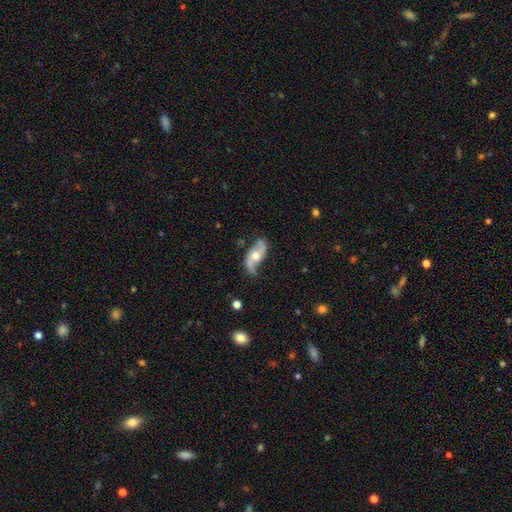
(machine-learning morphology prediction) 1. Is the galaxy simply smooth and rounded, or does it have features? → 84% featured or disk, 11% smooth, 5% star or artifact.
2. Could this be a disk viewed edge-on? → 94% no, 6% yes.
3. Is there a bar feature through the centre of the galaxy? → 65% no, 27% weak, 8% strong.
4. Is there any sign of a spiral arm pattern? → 94% yes, 6% no.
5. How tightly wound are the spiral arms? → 69% loose, 24% medium, 7% tight.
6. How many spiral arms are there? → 91% 2, 3% 1, 3% can't tell, 1% 3, 1% 4, 1% more than 4.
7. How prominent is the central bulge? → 73% moderate, 14% small, 10% large, 1% none, 1% dominant.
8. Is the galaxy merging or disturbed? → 66% none, 22% minor disturbance, 10% major disturbance, 2% merger.